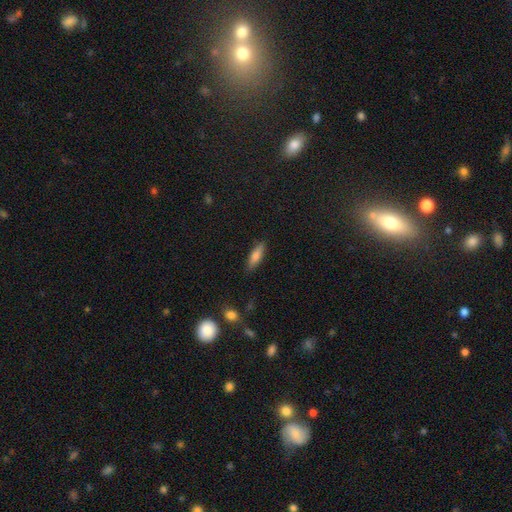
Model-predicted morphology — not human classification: type=smooth (71%); roundness=cigar-shaped (64%); merging=none (86%).